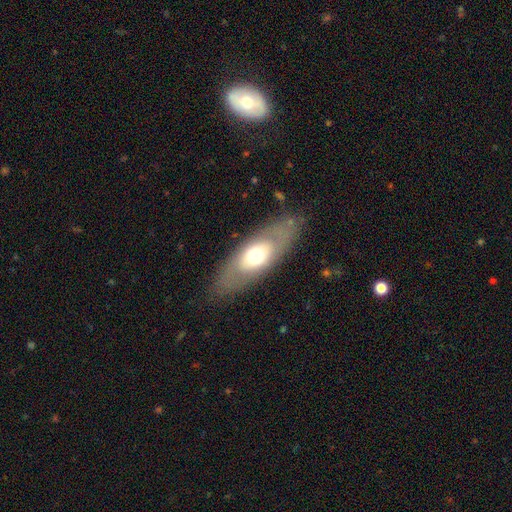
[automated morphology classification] Q: Smooth or featured?
A: smooth (52%); runner-up: featured or disk (41%)
Q: How rounded?
A: in between (80%); runner-up: cigar-shaped (15%)
Q: Merging?
A: none (81%); runner-up: minor disturbance (12%)